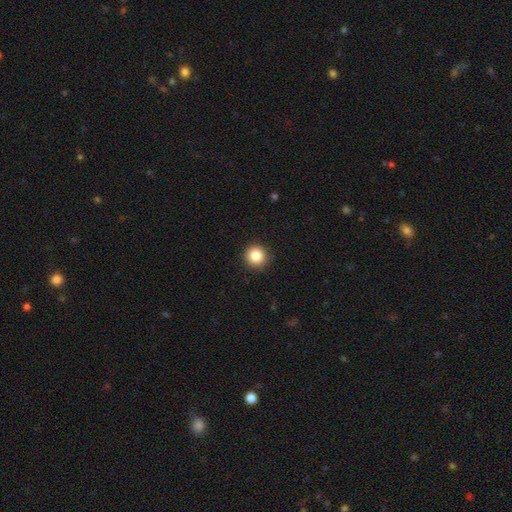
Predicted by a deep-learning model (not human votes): A smooth galaxy with no disk features (86%) that is round (95%). Merging: none (91%).